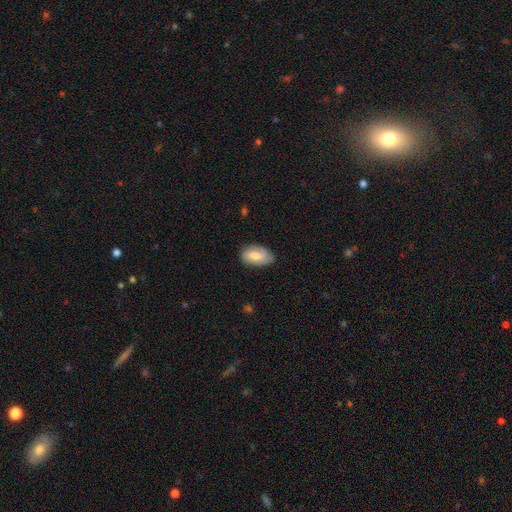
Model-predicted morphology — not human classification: Overall: smooth (64%; featured or disk 29%). How rounded: in between (91%). Merging: none (73%).